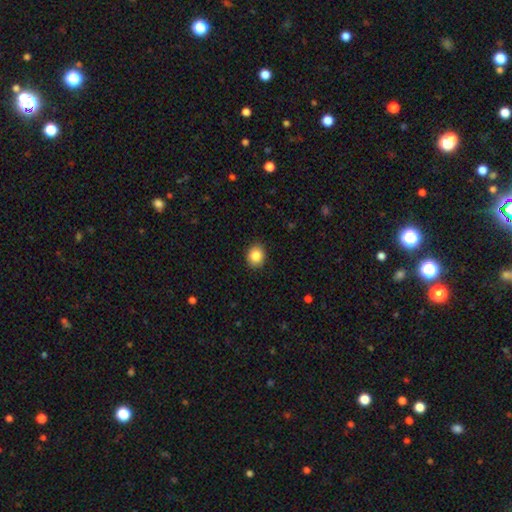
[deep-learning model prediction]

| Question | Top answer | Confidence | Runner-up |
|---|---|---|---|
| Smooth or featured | smooth | 85% | star or artifact (9%) |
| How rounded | round | 64% | in between (35%) |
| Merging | none | 90% | minor disturbance (7%) |